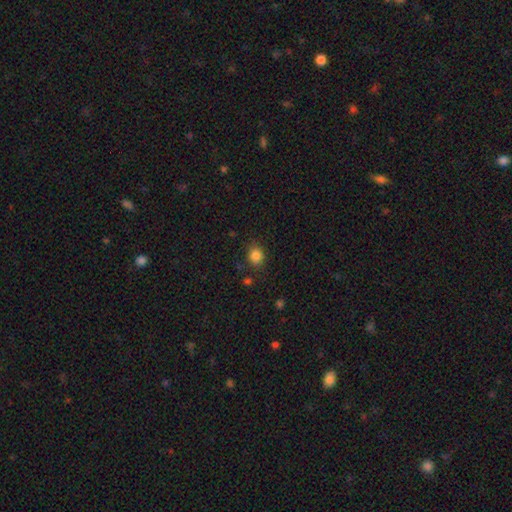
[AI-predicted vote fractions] A smooth galaxy with no disk features (84%) that is round (63%).

Vote fractions:
- Smooth or featured? smooth: 84% / star or artifact: 11% / featured or disk: 5%
- How rounded? round: 63% / in between: 36% / cigar-shaped: 1%
- Merging? none: 83% / minor disturbance: 11% / major disturbance: 3% / merger: 2%